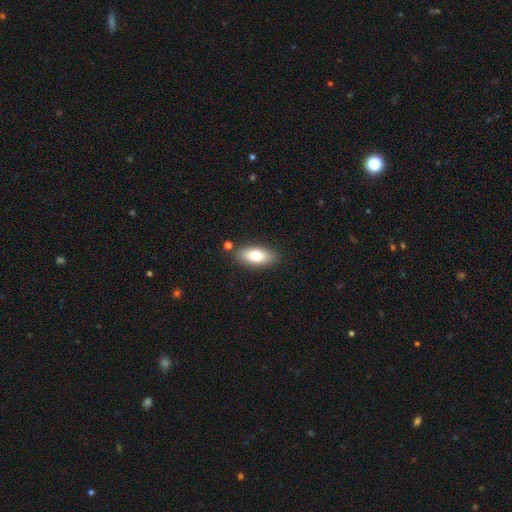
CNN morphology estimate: This is likely a smooth galaxy (75%). How rounded: clearly in between (83%). Merging: clearly none (83%).